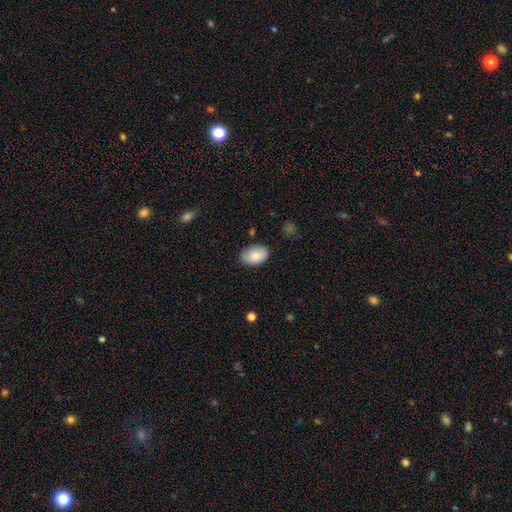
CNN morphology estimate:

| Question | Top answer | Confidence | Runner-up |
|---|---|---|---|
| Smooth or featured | smooth | 85% | featured or disk (8%) |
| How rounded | in between | 91% | round (8%) |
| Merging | none | 82% | minor disturbance (14%) |